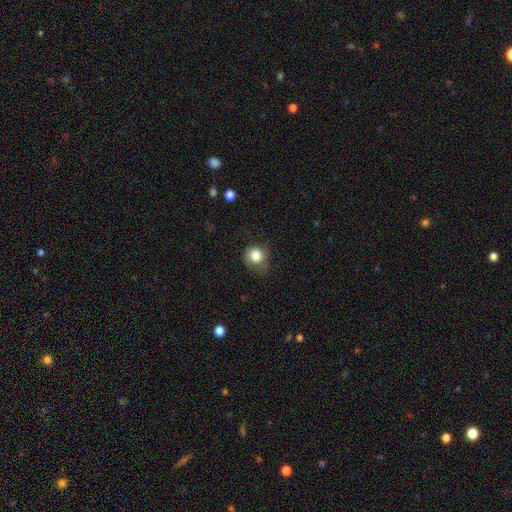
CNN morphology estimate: The model was most divided on "merging": none: 54%, minor disturbance: 30%, major disturbance: 14%, merger: 1%. More confident: smooth or featured — smooth (82%); how rounded — round (77%).